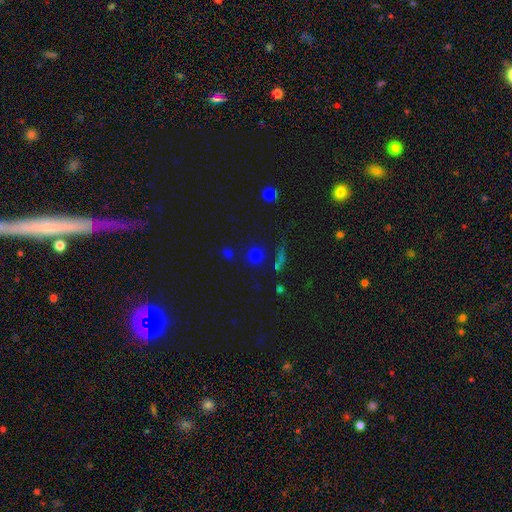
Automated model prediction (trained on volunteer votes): Q: Smooth or featured?
A: smooth (63%); runner-up: star or artifact (30%)
Q: How rounded?
A: round (90%); runner-up: in between (9%)
Q: Merging?
A: none (77%); runner-up: merger (9%)